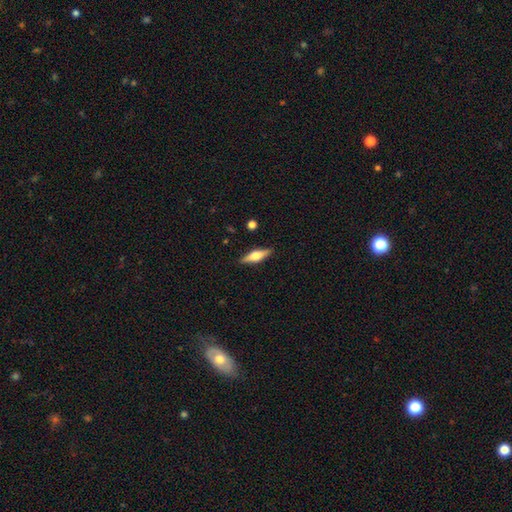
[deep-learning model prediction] smooth_or_featured: featured or disk (p=0.57) [alt: smooth p=0.36]
disk_edge_on: yes (p=0.95) [alt: no p=0.05]
edge_on_bulge: rounded (p=0.92) [alt: boxy p=0.06]
merging: none (p=0.89) [alt: minor disturbance p=0.08]